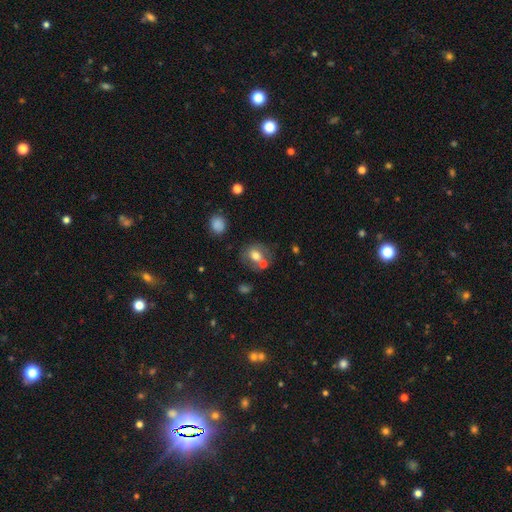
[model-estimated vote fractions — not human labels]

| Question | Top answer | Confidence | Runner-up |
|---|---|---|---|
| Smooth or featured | smooth | 68% | featured or disk (22%) |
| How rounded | round | 67% | in between (32%) |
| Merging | none | 52% | merger (29%) |